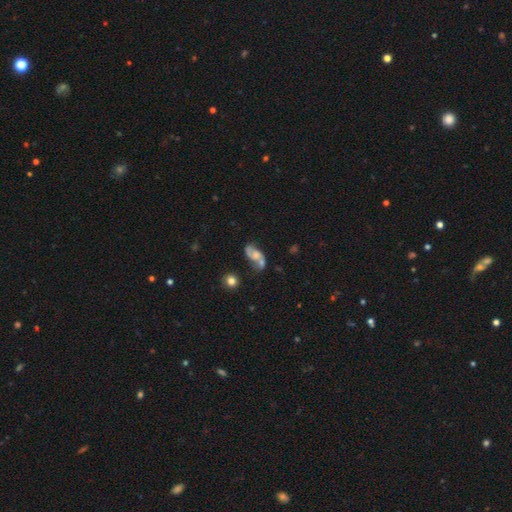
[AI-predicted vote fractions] This appears to be a featured or disk galaxy (59%) with no bar (68%), spiral arms (80%) and a moderate central bulge (33%). Merging: none (36%).